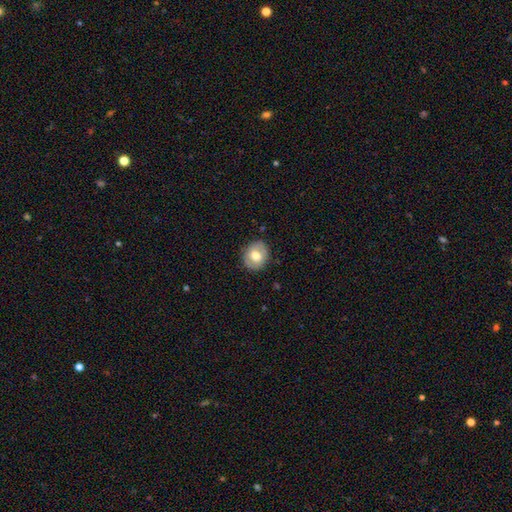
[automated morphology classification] Q: Smooth or featured?
A: smooth (66%); runner-up: featured or disk (27%)
Q: How rounded?
A: round (71%); runner-up: in between (28%)
Q: Merging?
A: none (85%); runner-up: minor disturbance (11%)